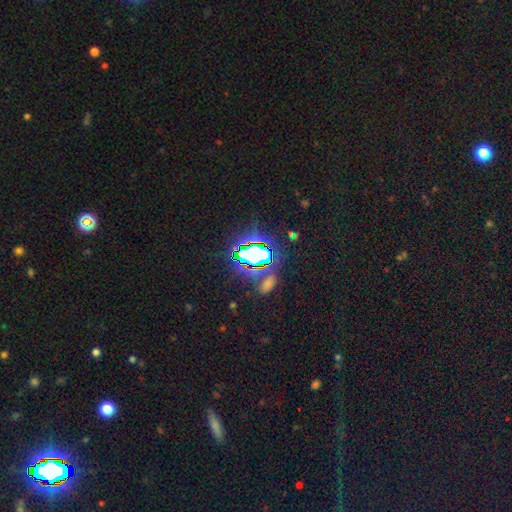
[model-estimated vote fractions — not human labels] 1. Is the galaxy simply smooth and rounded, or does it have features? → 68% star or artifact, 20% smooth, 12% featured or disk.